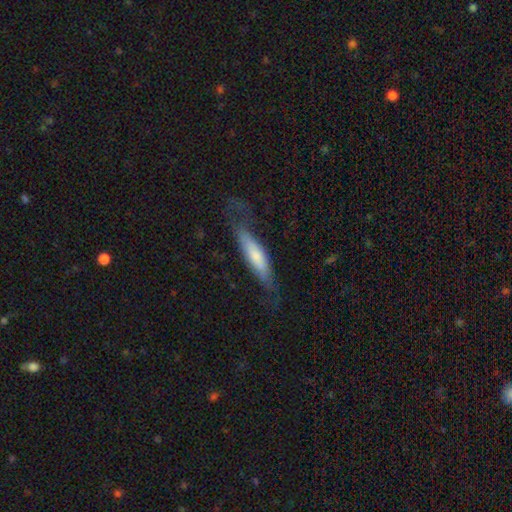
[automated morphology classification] type=smooth (55%); roundness=cigar-shaped (71%); merging=none (57%).